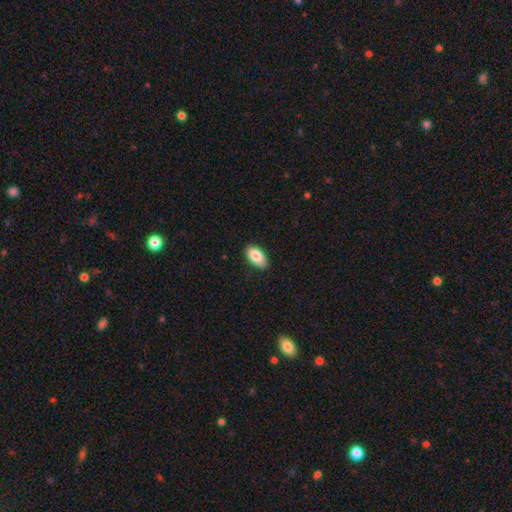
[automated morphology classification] This is clearly a smooth galaxy (85%). How rounded: clearly in between (94%). Merging: clearly none (84%).